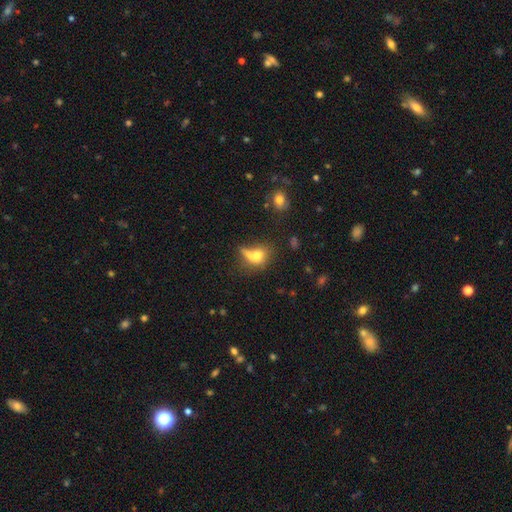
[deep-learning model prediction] Smooth or featured: smooth — 68% (featured or disk — 19%)
How rounded: in between — 48% (round — 46%)
Merging: merger — 38% (none — 32%)